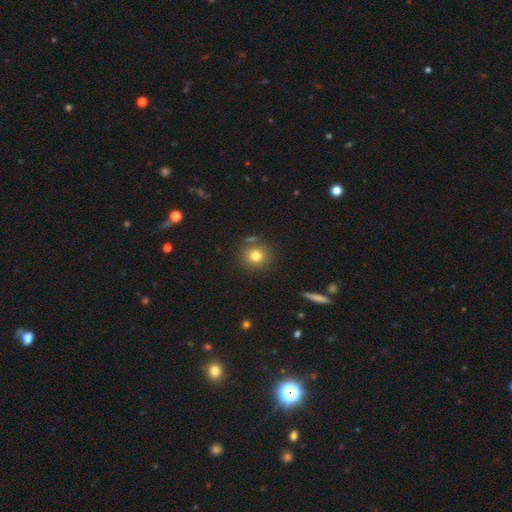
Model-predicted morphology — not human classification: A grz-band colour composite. It shows a smooth galaxy with no disk features (79%) that is round (90%). Merging: none (81%).